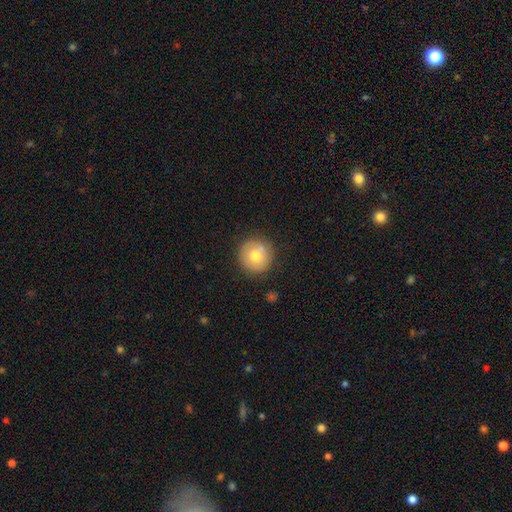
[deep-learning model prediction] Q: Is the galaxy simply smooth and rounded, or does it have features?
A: smooth — 72%.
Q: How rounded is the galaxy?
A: round — 94%.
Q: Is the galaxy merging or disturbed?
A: none — 81%.